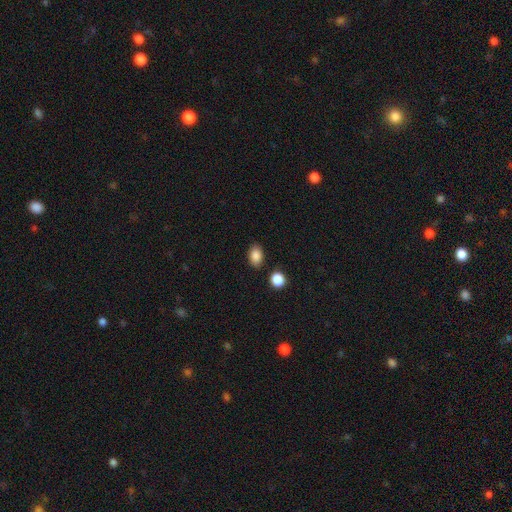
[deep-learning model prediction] smooth-or-featured: smooth: 87% | star or artifact: 9% | featured or disk: 4%
  how-rounded: in between: 81% | round: 18% | cigar-shaped: 1%
  merging: none: 84% | minor disturbance: 10% | merger: 4% | major disturbance: 2%